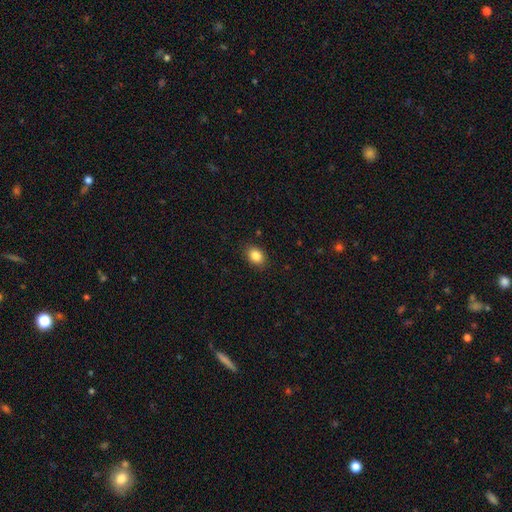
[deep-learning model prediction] Smooth or featured? smooth (85%)
How rounded? in between (72%)
Merging? none (88%)